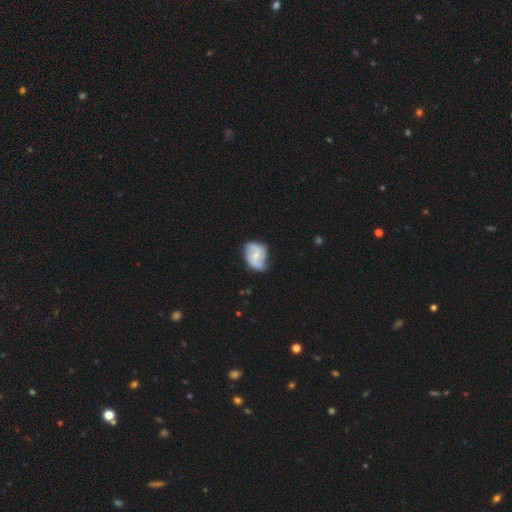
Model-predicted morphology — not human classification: This appears to be a featured or disk galaxy (60%) with a weak bar (50%), spiral arms (77%) and a moderate central bulge (45%, tied with small). Merging: none (51%).